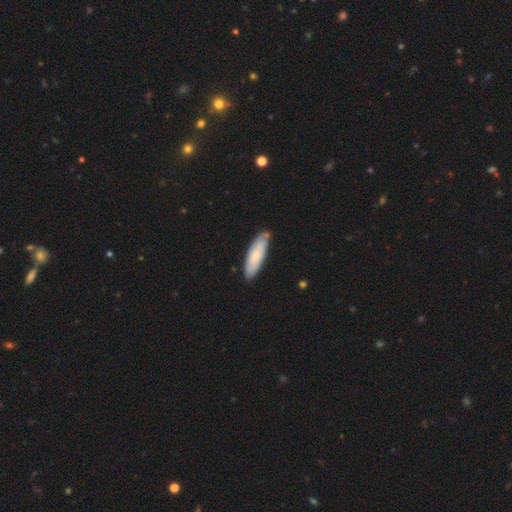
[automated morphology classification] This appears to be a smooth galaxy with no disk features (71%) that is cigar-shaped (53%). Merging: none (78%).